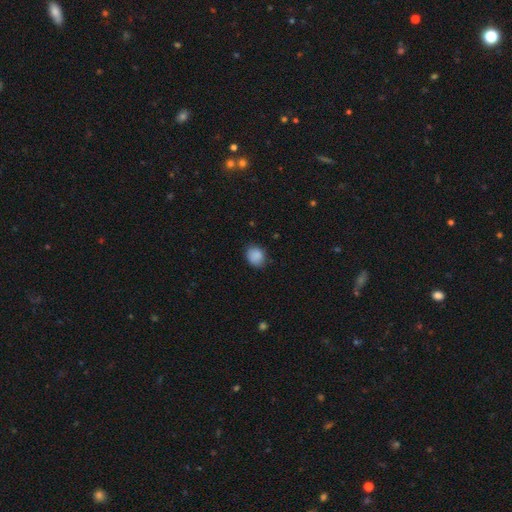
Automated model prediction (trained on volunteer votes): Smooth or featured: smooth — 88% (star or artifact — 9%)
How rounded: round — 64% (in between — 35%)
Merging: none — 80% (minor disturbance — 16%)